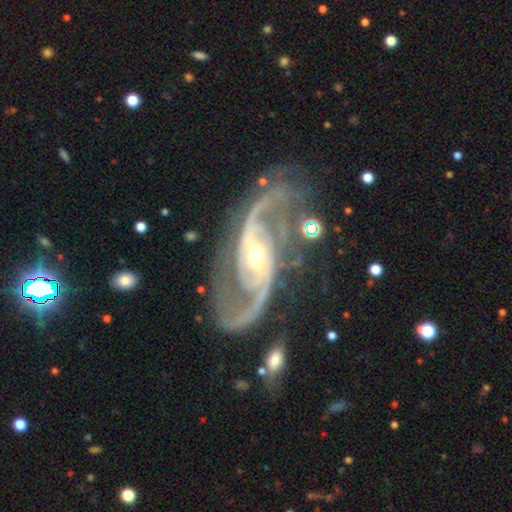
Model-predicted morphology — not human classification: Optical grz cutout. It shows a featured or disk galaxy (93%) with a weak bar (37%), 2 (86%) medium (54%) spiral arms (98%) and a moderate central bulge (60%). Merging: none (67%).